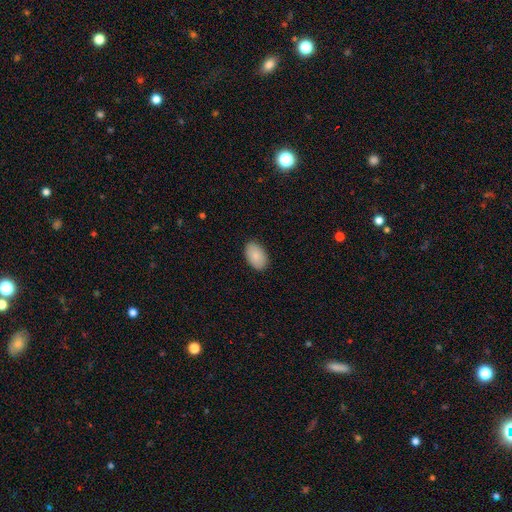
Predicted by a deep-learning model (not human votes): smooth 87%, star or artifact 6%, featured or disk 6%. Down the decision tree: how rounded — in between (93%); merging — none (89%).